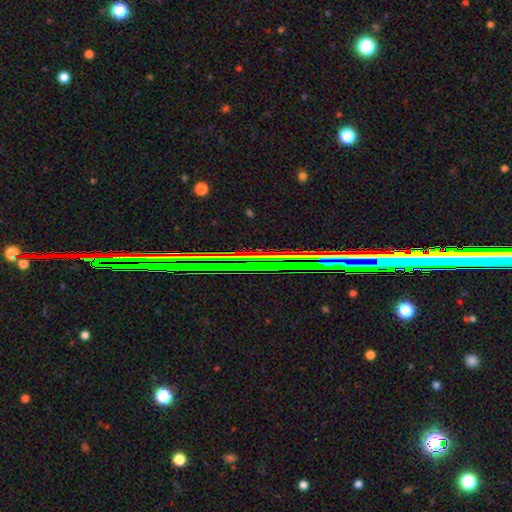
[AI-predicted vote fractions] star or artifact 79%, featured or disk 12%, smooth 9%.